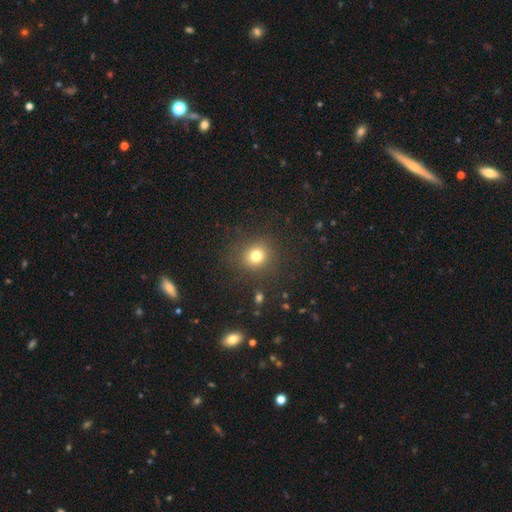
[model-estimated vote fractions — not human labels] Q: Smooth or featured?
A: smooth (77%); runner-up: star or artifact (16%)
Q: How rounded?
A: round (86%); runner-up: in between (13%)
Q: Merging?
A: none (87%); runner-up: minor disturbance (8%)